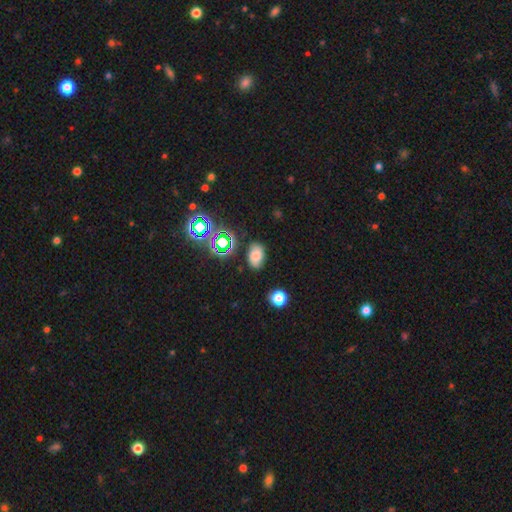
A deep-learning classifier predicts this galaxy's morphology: This appears to be a smooth galaxy with no disk features (71%) that is in between round and cigar-shaped (87%). Merging: none (80%).